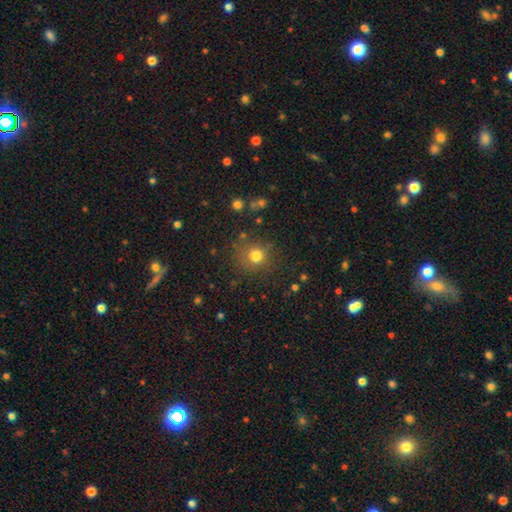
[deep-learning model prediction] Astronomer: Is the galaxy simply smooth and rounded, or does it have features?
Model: smooth — 77%.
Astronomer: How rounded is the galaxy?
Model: round — 87%.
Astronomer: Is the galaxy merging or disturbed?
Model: none — 79%.